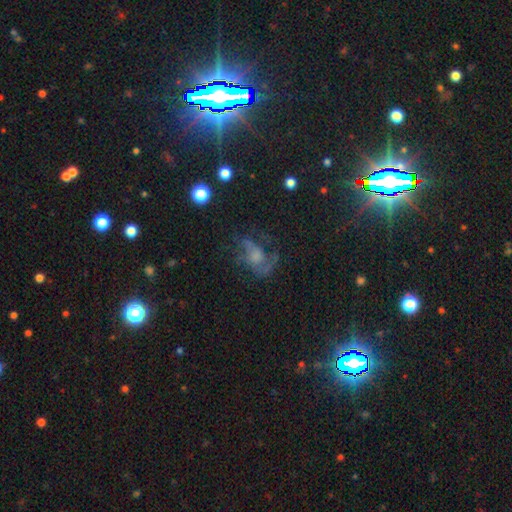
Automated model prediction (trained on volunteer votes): The model was most divided on "merging": none: 44%, major disturbance: 34%, minor disturbance: 19%, merger: 4%. More confident: edge-on disk — no (95%); smooth or featured — featured or disk (52%).